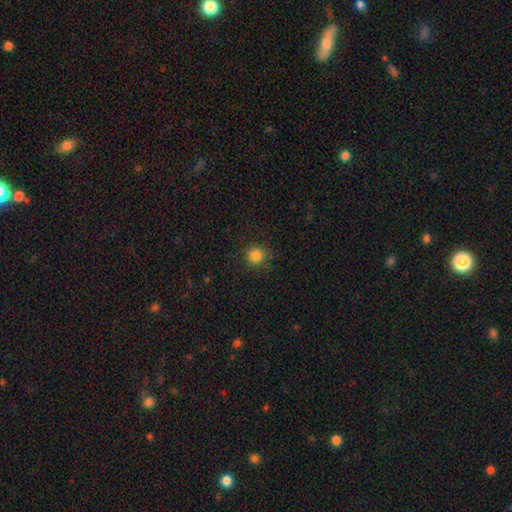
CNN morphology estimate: smooth-or-featured: smooth: 84% | star or artifact: 12% | featured or disk: 4%
  how-rounded: round: 93% | in between: 6% | cigar-shaped: 1%
  merging: none: 89% | minor disturbance: 7% | major disturbance: 3% | merger: 1%